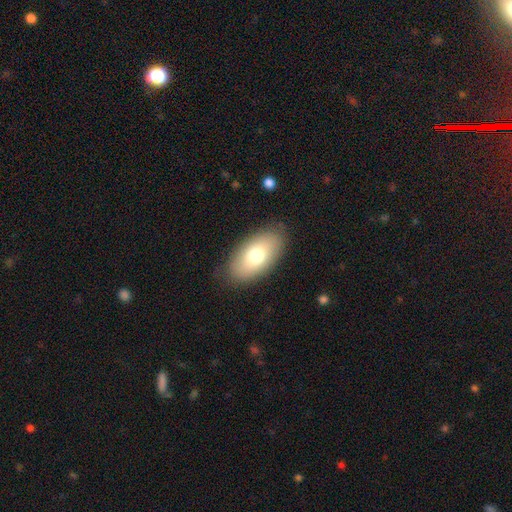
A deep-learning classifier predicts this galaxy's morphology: smooth 74%, featured or disk 19%, star or artifact 8%. Down the decision tree: how rounded — in between (93%); merging — none (85%).